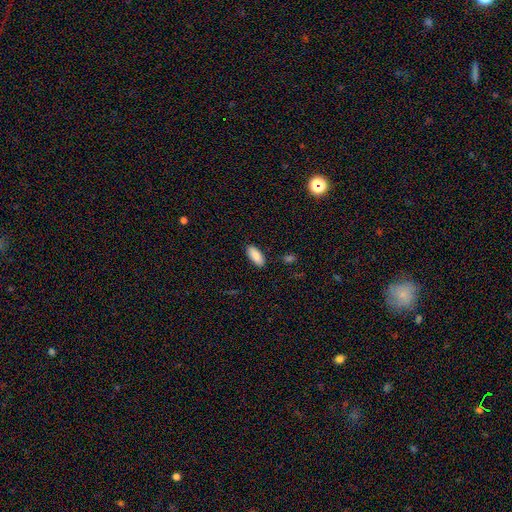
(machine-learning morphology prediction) smooth-or-featured: smooth: 88% | star or artifact: 6% | featured or disk: 5%
  how-rounded: in between: 86% | cigar-shaped: 12% | round: 2%
  merging: none: 87% | minor disturbance: 9% | major disturbance: 2% | merger: 1%